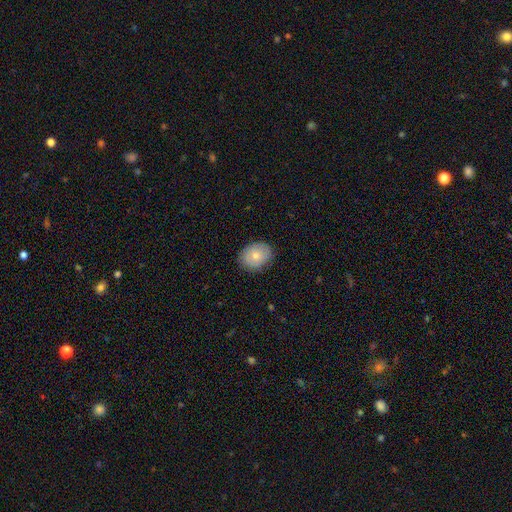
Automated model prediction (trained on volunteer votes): Smooth or featured: smooth — 71% (featured or disk — 21%)
How rounded: in between — 57% (round — 42%)
Merging: none — 82% (minor disturbance — 14%)